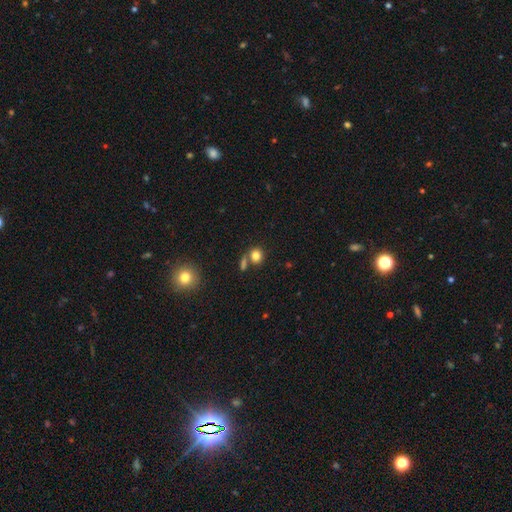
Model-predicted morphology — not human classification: Overall: smooth (81%). How rounded: round (79%). Merging: none (66%).